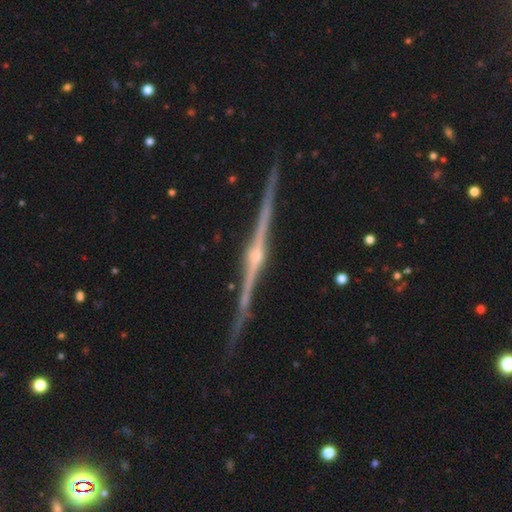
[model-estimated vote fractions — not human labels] The model was most divided on "edge-on bulge": rounded: 83%, none: 9%, boxy: 8%. More confident: edge-on disk — yes (99%); smooth or featured — featured or disk (91%); merging — none (90%).